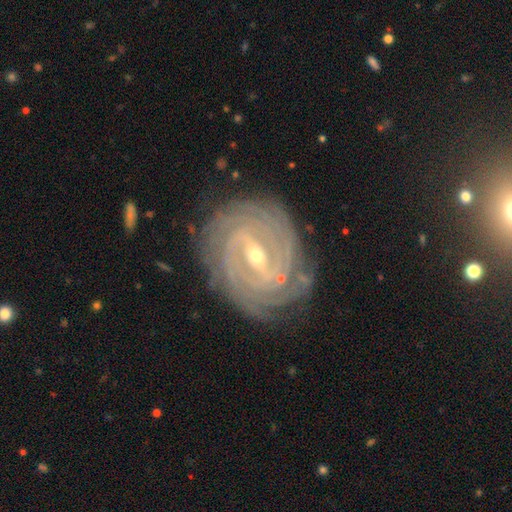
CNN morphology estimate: Smooth or featured? featured or disk (90%)
Edge-on disk? no (96%)
Bar? strong (51%)
Spiral arms? yes (97%)
Spiral winding? tight (81%)
Spiral arm count? 4 (25%)
Bulge size? small (57%)
Merging? none (80%)